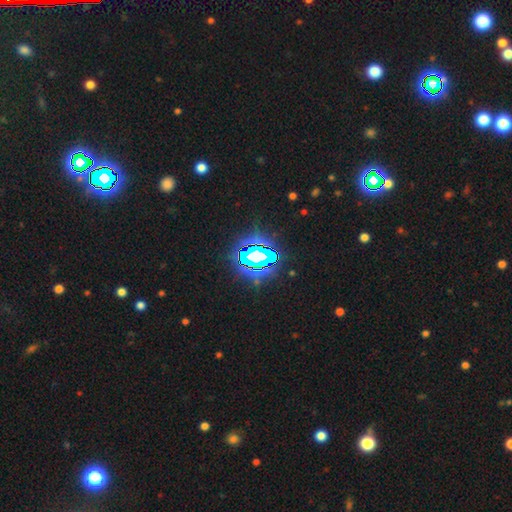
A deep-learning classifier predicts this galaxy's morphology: Smooth or featured: star or artifact — 71% (smooth — 15%)